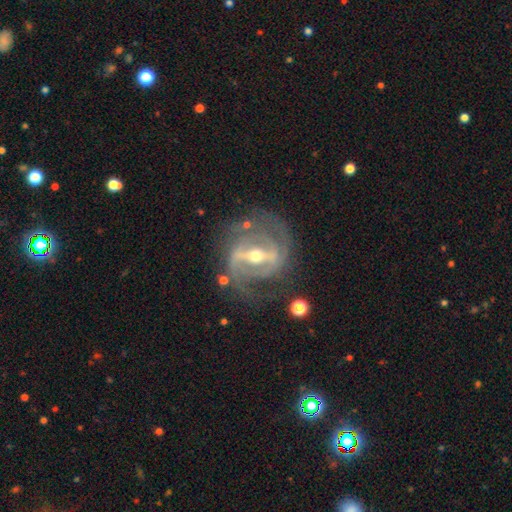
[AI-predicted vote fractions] Smooth or featured?
  - featured or disk: 88% *
  - star or artifact: 6%
  - smooth: 6%
Edge-on disk?
  - no: 94% *
  - yes: 6%
Bar?
  - strong: 71% *
  - weak: 22%
  - no: 7%
Spiral arms?
  - yes: 90% *
  - no: 10%
Spiral winding?
  - medium: 47% *
  - tight: 36%
  - loose: 17%
Spiral arm count?
  - 2: 72% *
  - can't tell: 12%
  - 3: 9%
  - 1: 3%
  - 4: 3%
  - more than 4: 2%
Bulge size?
  - moderate: 58% *
  - small: 36%
  - large: 4%
  - none: 1%
  - dominant: 1%
Merging?
  - none: 68% *
  - minor disturbance: 16%
  - major disturbance: 13%
  - merger: 3%